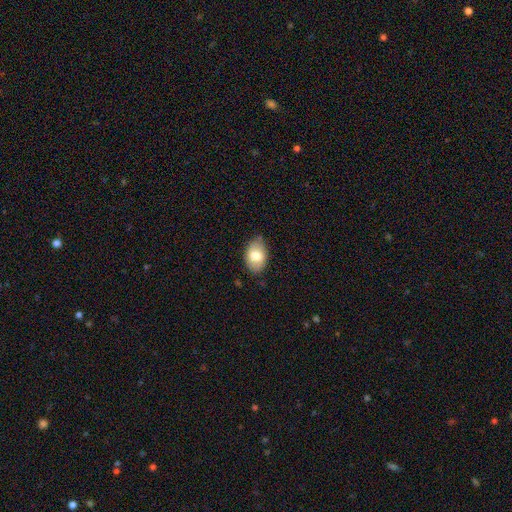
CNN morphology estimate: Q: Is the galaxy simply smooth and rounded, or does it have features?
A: smooth — 77%.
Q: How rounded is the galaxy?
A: in between — 88%.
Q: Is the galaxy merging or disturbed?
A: none — 81%.